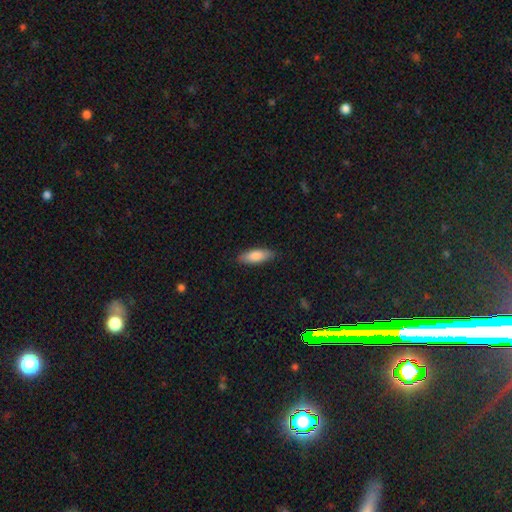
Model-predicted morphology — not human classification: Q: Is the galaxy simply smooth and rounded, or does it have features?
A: smooth — 82%.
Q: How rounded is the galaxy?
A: in between — 66%.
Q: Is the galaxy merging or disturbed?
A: none — 88%.